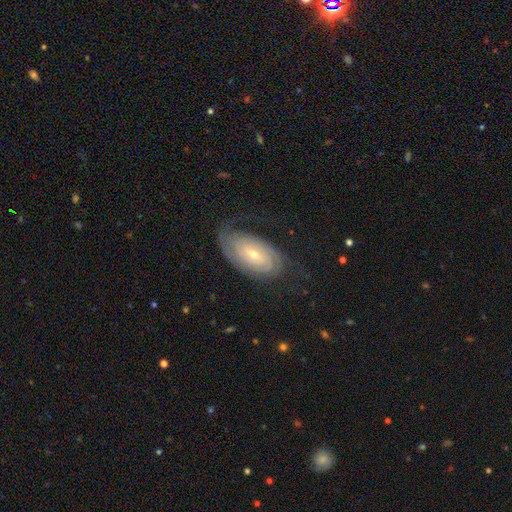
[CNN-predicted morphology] Smooth or featured: featured or disk — 72% (smooth — 20%)
Edge-on disk: no — 93% (yes — 7%)
Bar: no — 60% (weak — 30%)
Spiral arms: yes — 88% (no — 12%)
Spiral winding: tight — 60% (medium — 27%)
Spiral arm count: 2 — 43% (can't tell — 37%)
Bulge size: small — 65% (moderate — 31%)
Merging: none — 63% (minor disturbance — 20%)